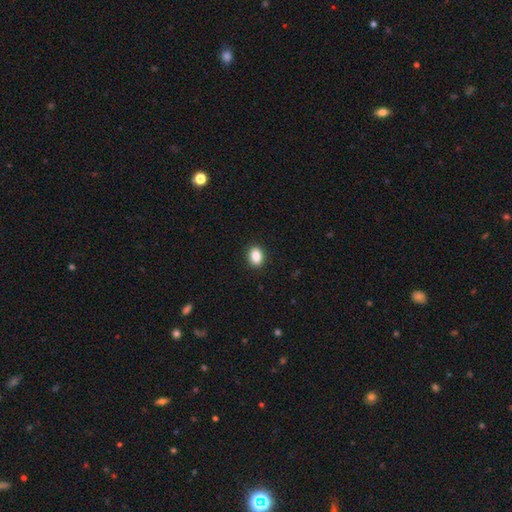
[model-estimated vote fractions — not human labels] This appears to be a smooth galaxy with no disk features (87%) that is in between round and cigar-shaped (73%). Merging: none (91%).